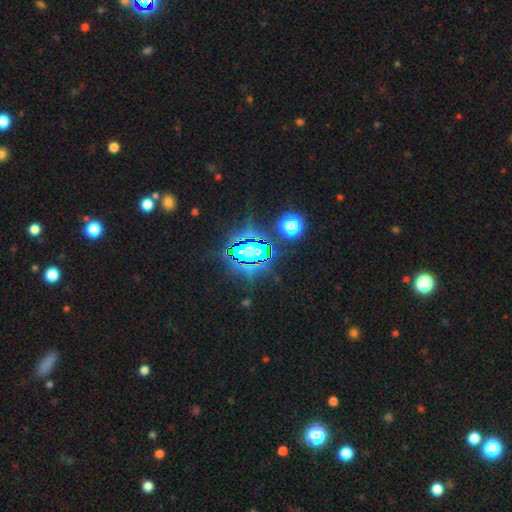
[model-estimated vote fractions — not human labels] Smooth or featured?
  - star or artifact: 82% *
  - smooth: 12%
  - featured or disk: 7%